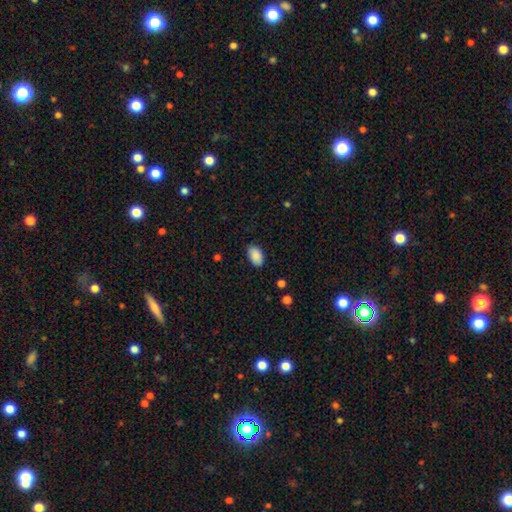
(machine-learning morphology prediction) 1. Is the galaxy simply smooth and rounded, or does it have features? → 89% smooth, 7% star or artifact, 4% featured or disk.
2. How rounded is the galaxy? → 92% in between, 6% round, 1% cigar-shaped.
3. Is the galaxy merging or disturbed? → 85% none, 11% minor disturbance, 2% major disturbance, 1% merger.